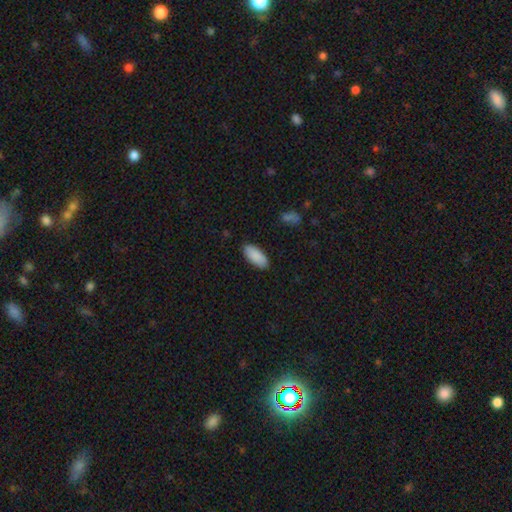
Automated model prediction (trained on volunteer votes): Smooth or featured?
  - smooth: 90% *
  - star or artifact: 6%
  - featured or disk: 4%
How rounded?
  - in between: 88% *
  - cigar-shaped: 11%
  - round: 2%
Merging?
  - none: 88% *
  - minor disturbance: 9%
  - major disturbance: 2%
  - merger: 1%